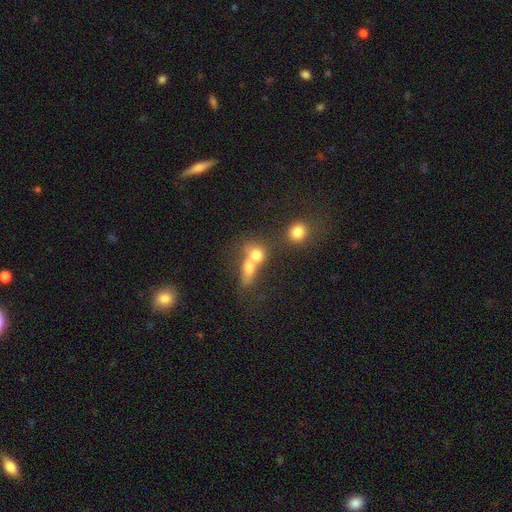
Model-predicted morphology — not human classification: smooth 69%, featured or disk 18%, star or artifact 13%. Down the decision tree: how rounded — round (57%); merging — merger (61%).